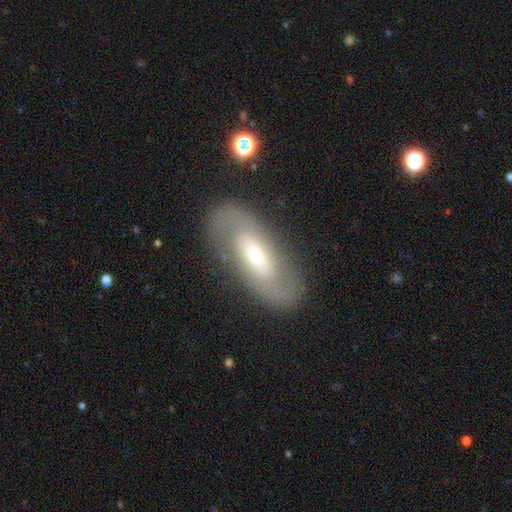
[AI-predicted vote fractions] Smooth or featured? Predicted: featured or disk (p=0.69). Edge-on disk? Predicted: no (p=0.89). Bar? Predicted: no (p=0.55). Spiral arms? Predicted: yes (p=0.72). Bulge size? Predicted: small (p=0.53). Merging? Predicted: none (p=0.78).